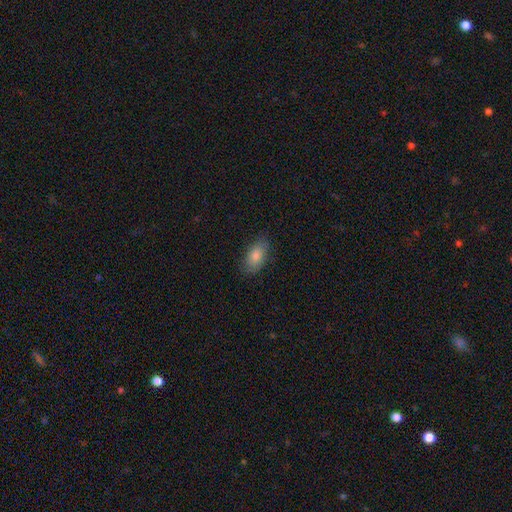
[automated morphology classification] type=smooth (82%); roundness=in between (91%); merging=none (83%).